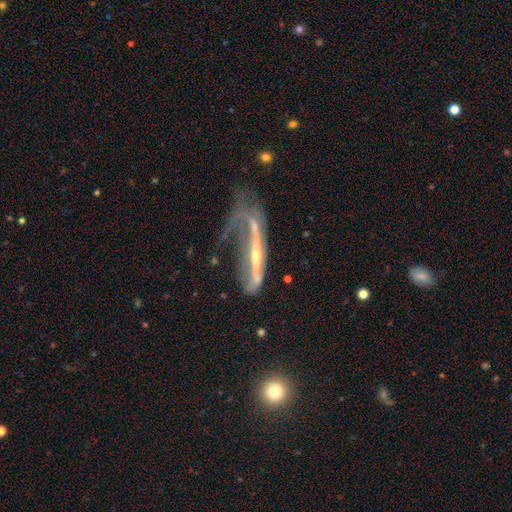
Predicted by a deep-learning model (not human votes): This appears to be a featured or disk galaxy (76%) viewed edge-on (56%). Merging: major disturbance (52%).